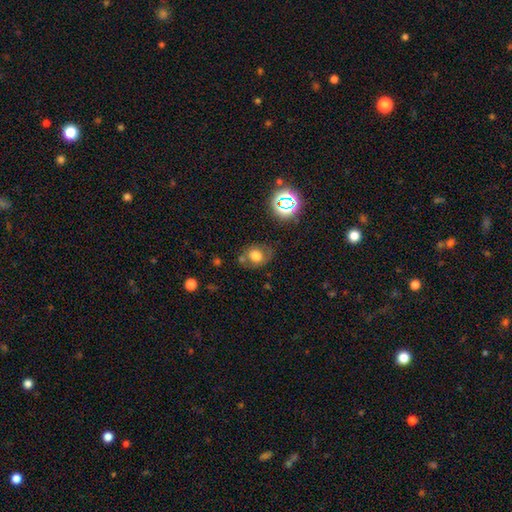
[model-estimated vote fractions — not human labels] Morphology: type=smooth (66%); roundness=round (62%); merging=none (62%).